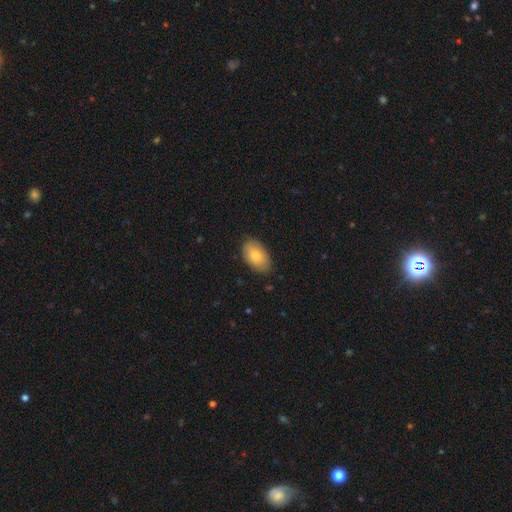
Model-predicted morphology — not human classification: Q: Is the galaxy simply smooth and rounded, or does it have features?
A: smooth — 76%.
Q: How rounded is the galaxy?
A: in between — 92%.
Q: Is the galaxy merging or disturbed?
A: none — 82%.